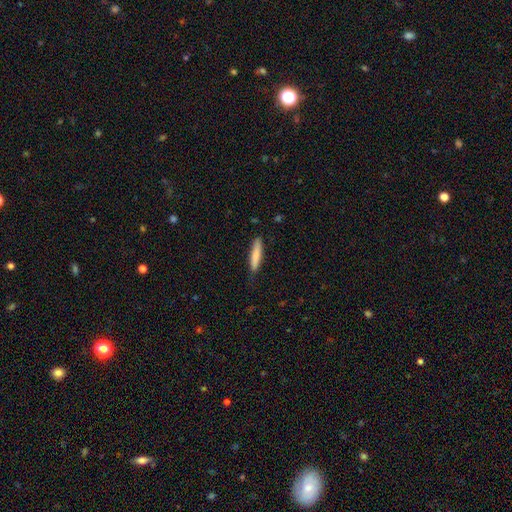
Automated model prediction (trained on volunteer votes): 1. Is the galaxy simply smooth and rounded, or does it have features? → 79% smooth, 15% featured or disk, 6% star or artifact.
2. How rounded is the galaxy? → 85% cigar-shaped, 14% in between, 1% round.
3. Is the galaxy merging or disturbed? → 82% none, 14% minor disturbance, 2% major disturbance, 1% merger.